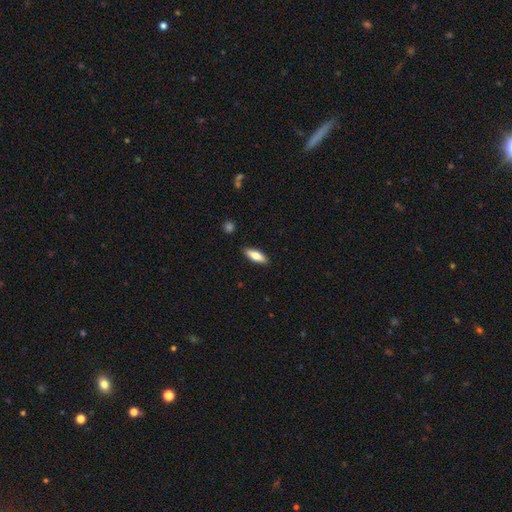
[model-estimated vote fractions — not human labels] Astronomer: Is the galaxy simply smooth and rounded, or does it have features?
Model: smooth — 76%.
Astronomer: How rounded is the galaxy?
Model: in between — 60% (runner-up: cigar-shaped, 38%).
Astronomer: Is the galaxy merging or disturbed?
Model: none — 89%.